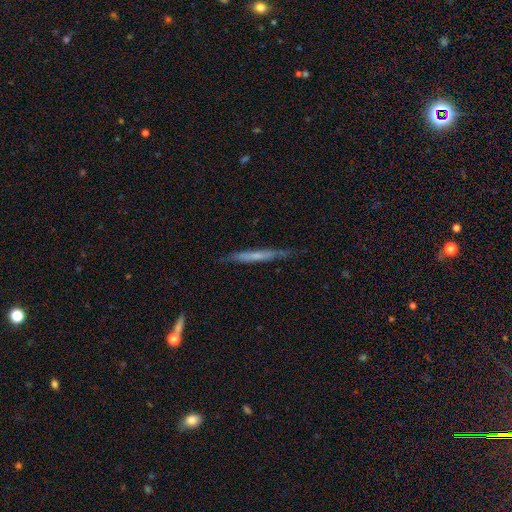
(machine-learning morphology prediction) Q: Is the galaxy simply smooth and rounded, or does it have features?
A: featured or disk — 50%.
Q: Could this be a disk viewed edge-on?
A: yes — 92%.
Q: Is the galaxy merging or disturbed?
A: none — 79%.